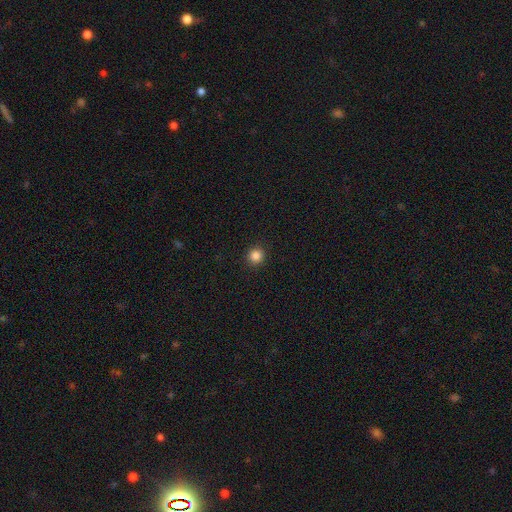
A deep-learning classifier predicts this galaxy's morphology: Overall: smooth (85%). How rounded: round (95%). Merging: none (93%).